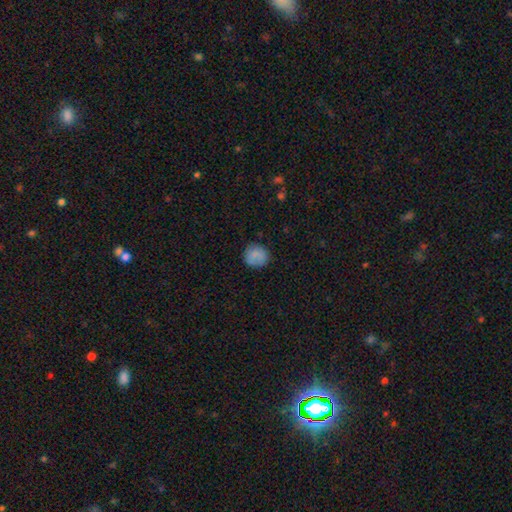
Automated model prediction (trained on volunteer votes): The model was most divided on "merging": none: 82%, minor disturbance: 13%, major disturbance: 3%, merger: 1%. More confident: how rounded — round (89%); smooth or featured — smooth (83%).